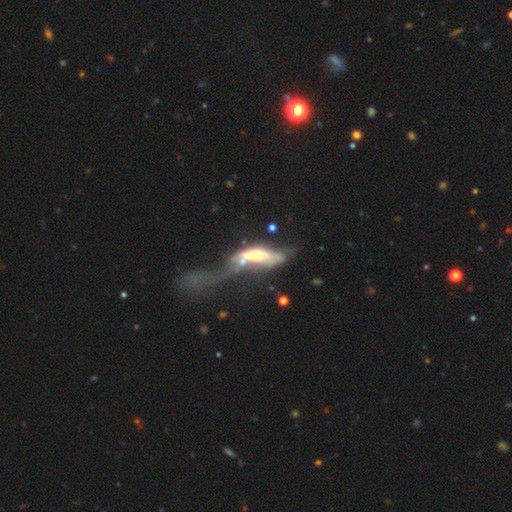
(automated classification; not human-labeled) A featured or disk galaxy (51%). Merging: major disturbance (46%).